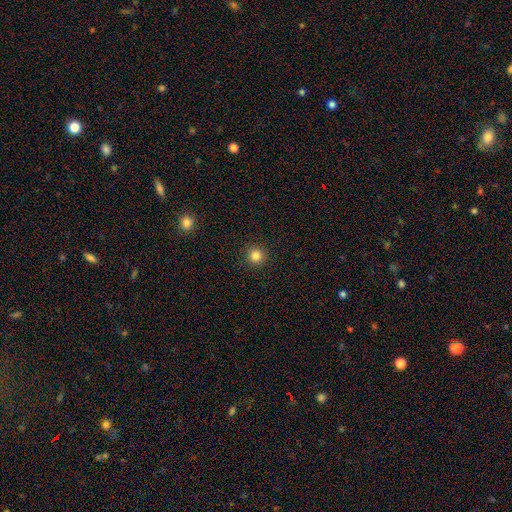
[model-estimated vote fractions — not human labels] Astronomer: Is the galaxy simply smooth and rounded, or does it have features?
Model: smooth — 83%.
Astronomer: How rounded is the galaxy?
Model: round — 96%.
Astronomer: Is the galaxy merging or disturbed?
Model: none — 93%.